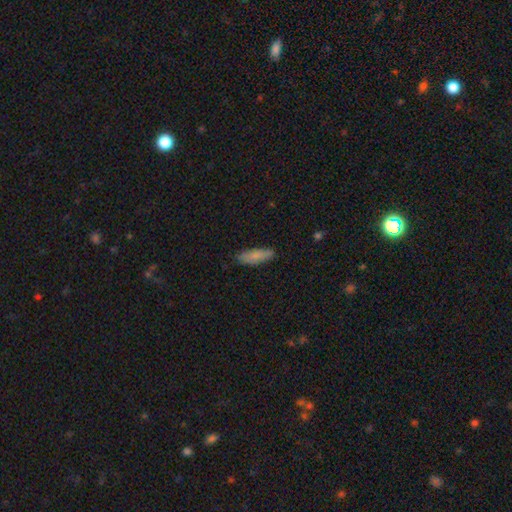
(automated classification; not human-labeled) Smooth or featured?
  - smooth: 80% *
  - featured or disk: 13%
  - star or artifact: 6%
How rounded?
  - in between: 56% *
  - cigar-shaped: 42%
  - round: 2%
Merging?
  - none: 84% *
  - minor disturbance: 13%
  - major disturbance: 2%
  - merger: 1%